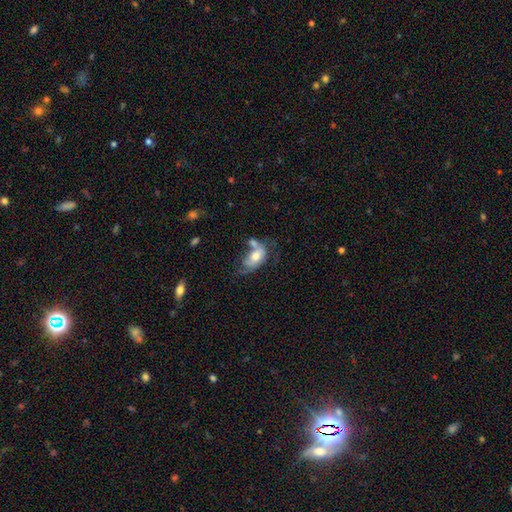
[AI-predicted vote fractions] Q: Smooth or featured?
A: smooth (52%); runner-up: featured or disk (40%)
Q: How rounded?
A: in between (89%); runner-up: round (8%)
Q: Merging?
A: merger (33%); runner-up: none (24%)